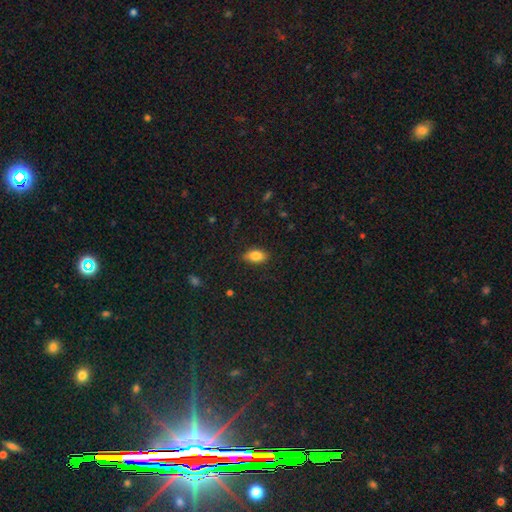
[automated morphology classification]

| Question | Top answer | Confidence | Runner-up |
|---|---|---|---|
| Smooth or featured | smooth | 82% | featured or disk (9%) |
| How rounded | in between | 88% | cigar-shaped (7%) |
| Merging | none | 83% | minor disturbance (13%) |